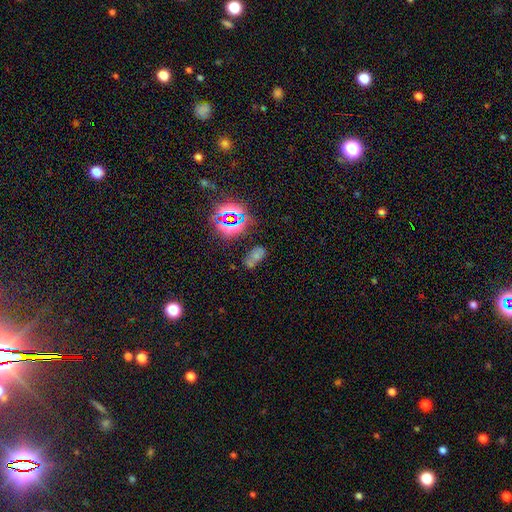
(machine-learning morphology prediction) Smooth or featured? Predicted: smooth (p=0.51). How rounded? Predicted: in between (p=0.85). Merging? Predicted: none (p=0.47).